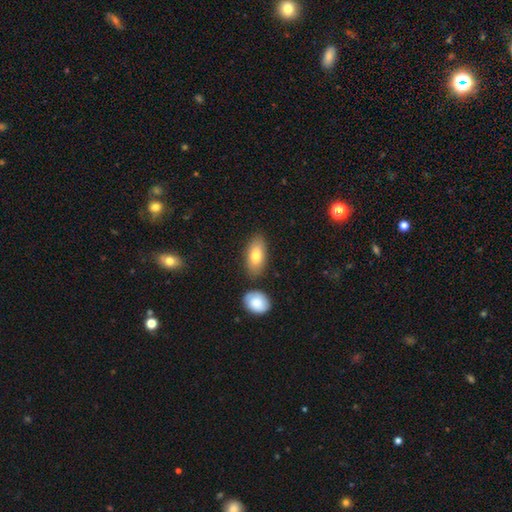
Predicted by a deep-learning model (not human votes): Morphology: type=smooth (78%); roundness=in between (88%); merging=none (78%).